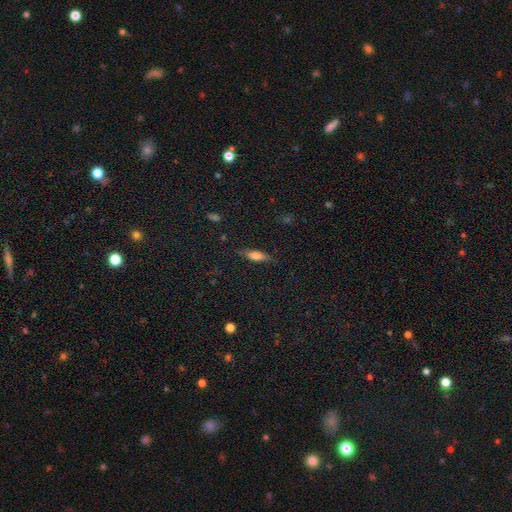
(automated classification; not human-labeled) smooth 73%, featured or disk 18%, star or artifact 8%. Down the decision tree: how rounded — in between (60%); merging — none (79%).